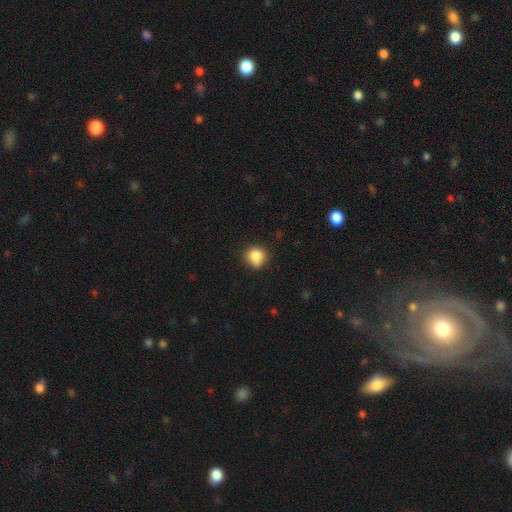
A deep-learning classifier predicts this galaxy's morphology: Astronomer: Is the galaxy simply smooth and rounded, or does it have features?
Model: smooth — 84%.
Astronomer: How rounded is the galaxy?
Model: round — 84%.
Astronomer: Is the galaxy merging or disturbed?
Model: none — 71%.